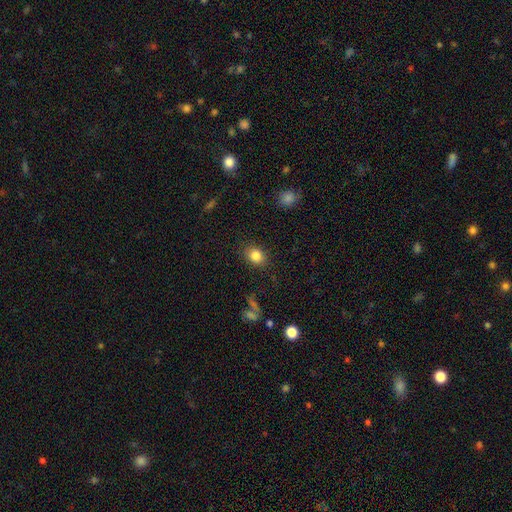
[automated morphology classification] Smooth or featured? Predicted: smooth (p=0.83). How rounded? Predicted: in between (p=0.58). Merging? Predicted: none (p=0.85).